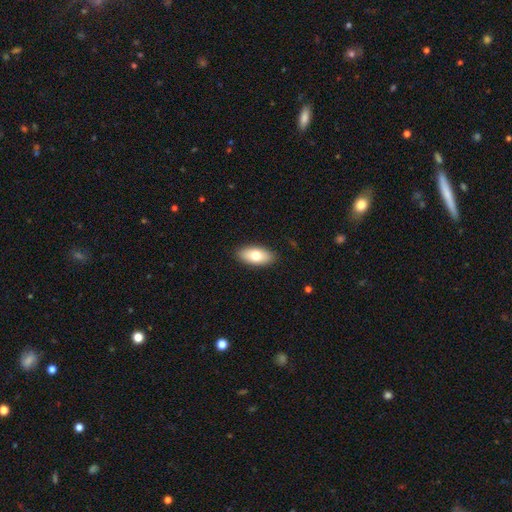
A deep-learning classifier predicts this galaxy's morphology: This appears to be a smooth galaxy with no disk features (74%) that is in between round and cigar-shaped (91%). Merging: none (89%).